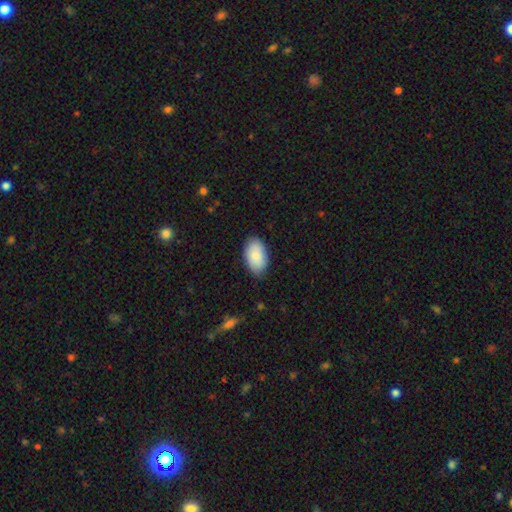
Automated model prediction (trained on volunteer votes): Smooth or featured? Predicted: smooth (p=0.87). How rounded? Predicted: in between (p=0.94). Merging? Predicted: none (p=0.85).